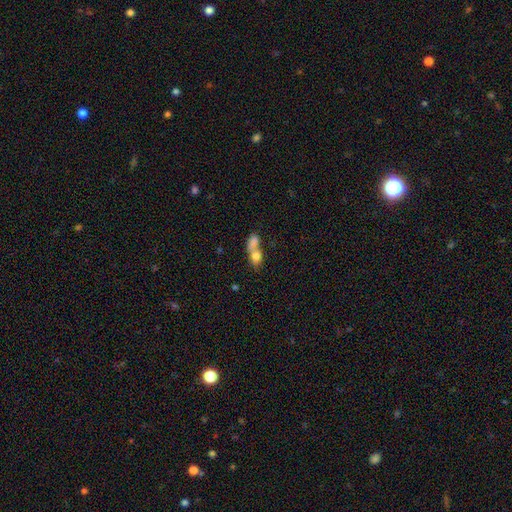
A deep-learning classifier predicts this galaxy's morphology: This appears to be a smooth galaxy with no disk features (76%) that is in between round and cigar-shaped (60%). Merging: merger (71%).